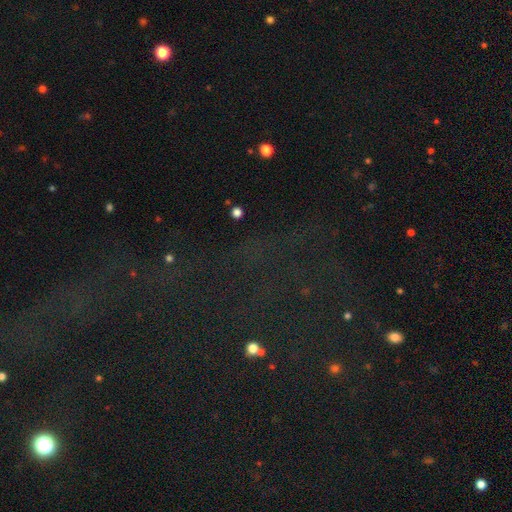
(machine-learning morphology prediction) Smooth or featured: star or artifact — 74% (smooth — 13%)